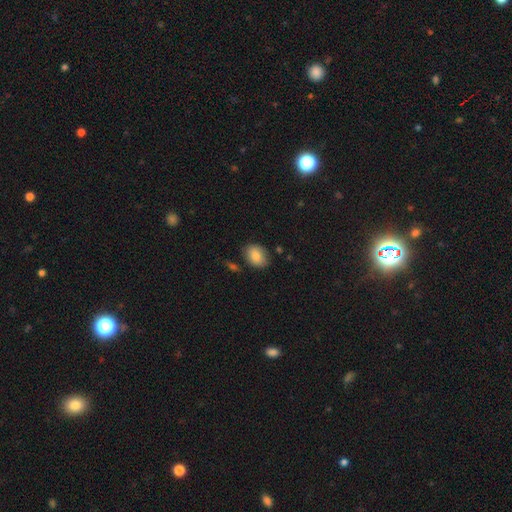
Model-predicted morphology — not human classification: Q: Smooth or featured?
A: smooth (82%); runner-up: featured or disk (10%)
Q: How rounded?
A: in between (72%); runner-up: round (27%)
Q: Merging?
A: none (79%); runner-up: minor disturbance (15%)